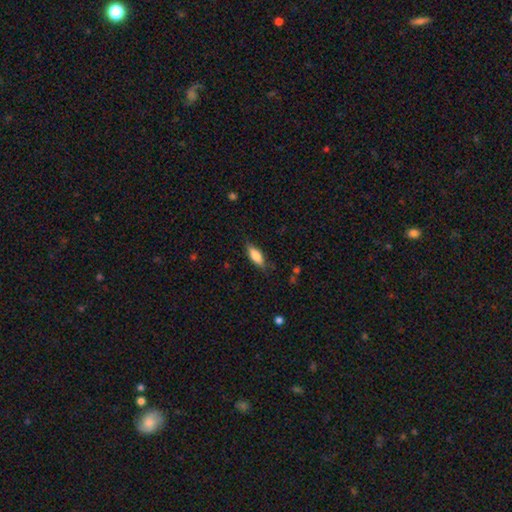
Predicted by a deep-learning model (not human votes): Smooth or featured? Predicted: smooth (p=0.78). How rounded? Predicted: in between (p=0.67). Merging? Predicted: none (p=0.80).